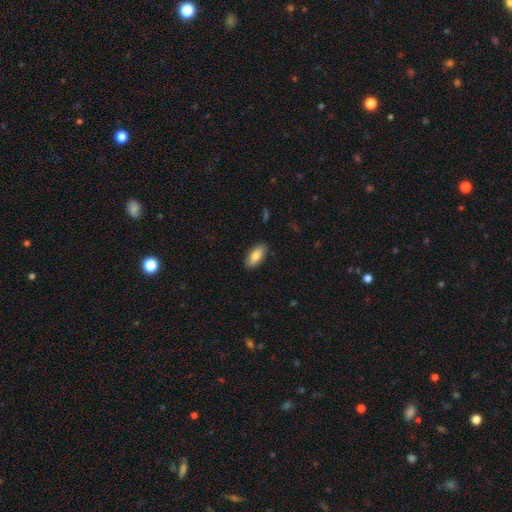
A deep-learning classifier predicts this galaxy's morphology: Smooth or featured? smooth (80%)
How rounded? in between (87%)
Merging? none (87%)